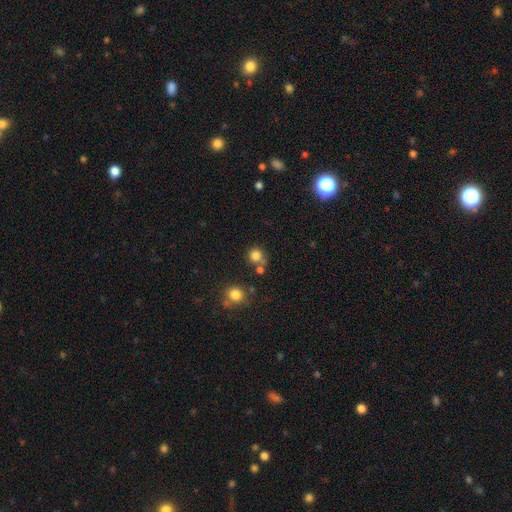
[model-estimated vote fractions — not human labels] The model was most divided on "merging": none: 66%, merger: 19%, minor disturbance: 11%, major disturbance: 4%. More confident: how rounded — round (90%); smooth or featured — smooth (80%).